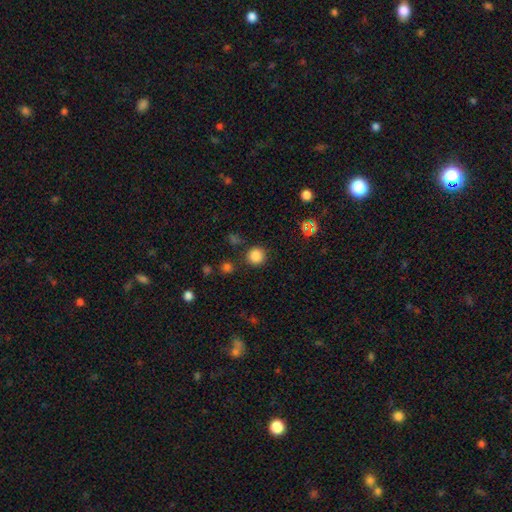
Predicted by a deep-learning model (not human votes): Overall: smooth (83%). How rounded: round (94%). Merging: none (86%).